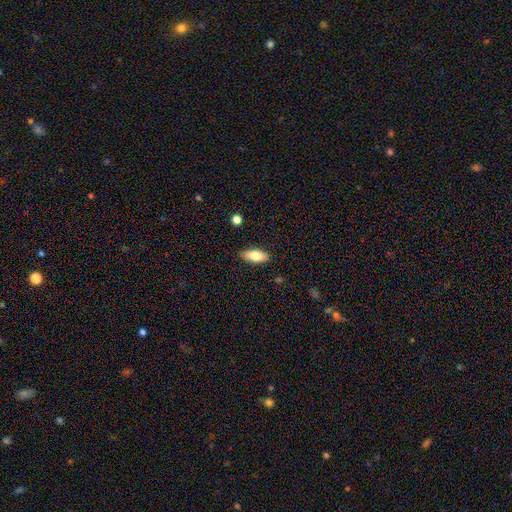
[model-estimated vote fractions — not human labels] Q: Smooth or featured?
A: smooth (79%); runner-up: featured or disk (14%)
Q: How rounded?
A: in between (83%); runner-up: cigar-shaped (14%)
Q: Merging?
A: none (88%); runner-up: minor disturbance (9%)